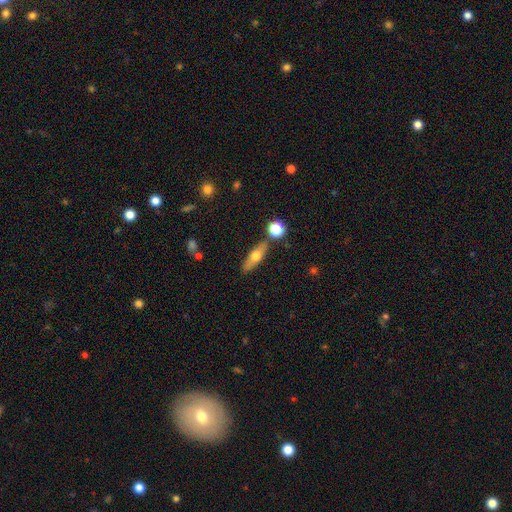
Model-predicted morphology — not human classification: Q: Smooth or featured?
A: smooth (55%); runner-up: featured or disk (37%)
Q: How rounded?
A: cigar-shaped (52%); runner-up: in between (44%)
Q: Merging?
A: none (80%); runner-up: minor disturbance (11%)